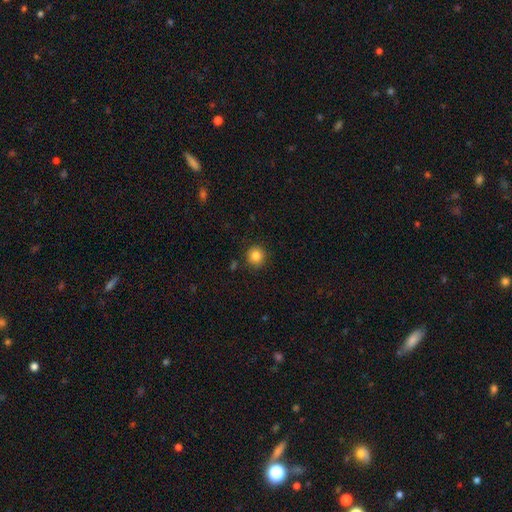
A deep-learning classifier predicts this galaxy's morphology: smooth-or-featured: smooth: 85% | star or artifact: 10% | featured or disk: 5%
  how-rounded: round: 93% | in between: 6% | cigar-shaped: 1%
  merging: none: 89% | minor disturbance: 7% | major disturbance: 2% | merger: 2%